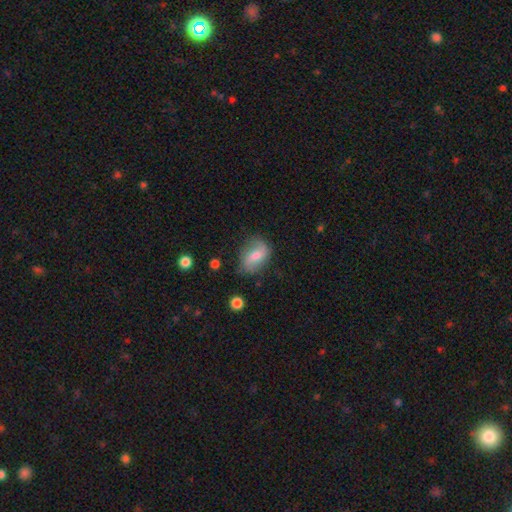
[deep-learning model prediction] Smooth or featured: featured or disk — 48% (smooth — 44%)
Merging: none — 70% (minor disturbance — 21%)